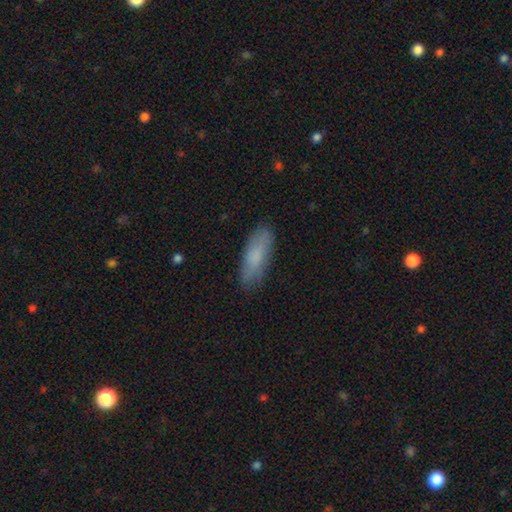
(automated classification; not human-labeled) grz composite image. It shows a smooth galaxy with no disk features (79%) that is in between round and cigar-shaped (58%). Merging: none (81%).